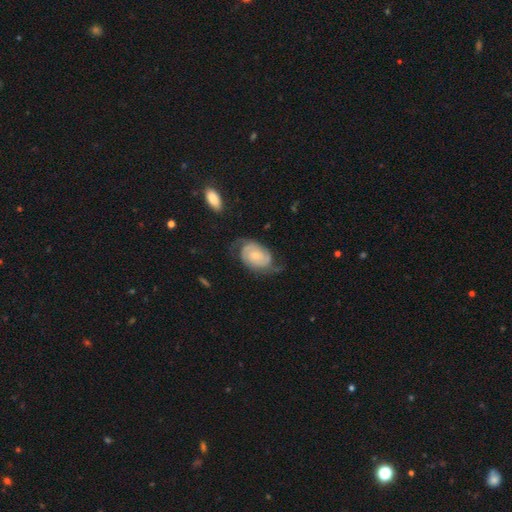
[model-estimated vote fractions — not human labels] Smooth or featured? featured or disk (82%)
Edge-on disk? no (97%)
Bar? no (63%)
Spiral arms? yes (95%)
Spiral winding? tight (53%)
Spiral arm count? 2 (79%)
Bulge size? small (54%)
Merging? none (63%)